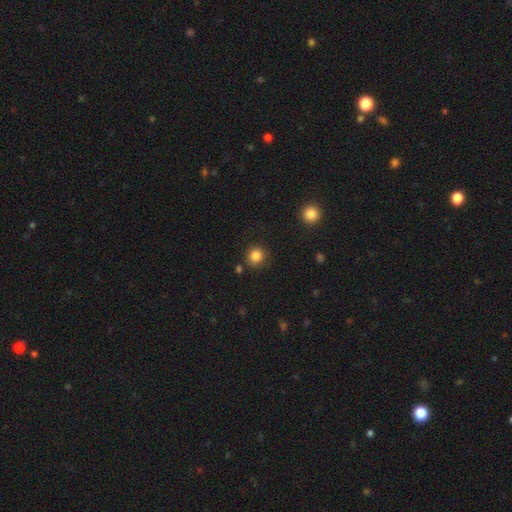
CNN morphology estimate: smooth 85%, star or artifact 11%, featured or disk 4%. Down the decision tree: how rounded — round (91%); merging — none (87%).